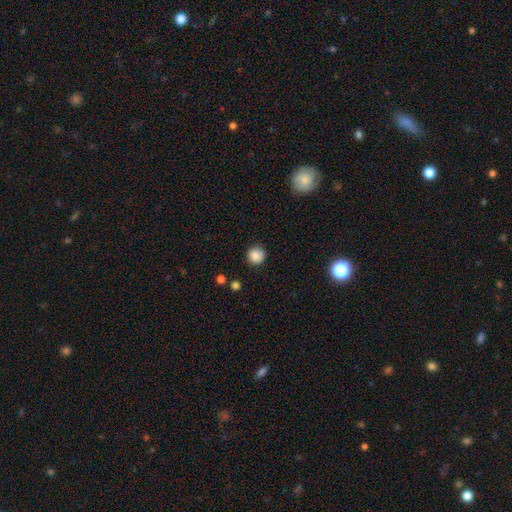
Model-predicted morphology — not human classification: This is clearly a smooth galaxy (85%). How rounded: clearly round (93%). Merging: clearly none (86%).